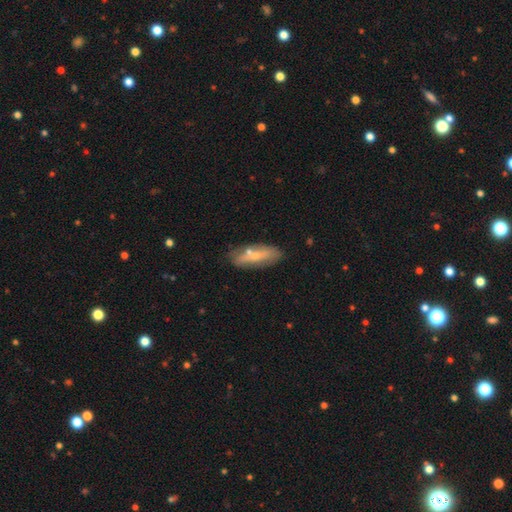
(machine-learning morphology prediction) This appears to be a smooth galaxy with no disk features (48%). Merging: none (71%).